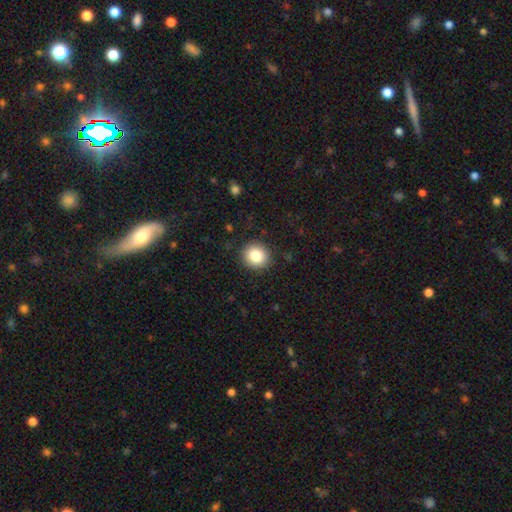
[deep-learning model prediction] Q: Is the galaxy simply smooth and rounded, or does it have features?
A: smooth — 84%.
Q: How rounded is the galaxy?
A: round — 89%.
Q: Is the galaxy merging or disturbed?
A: none — 90%.